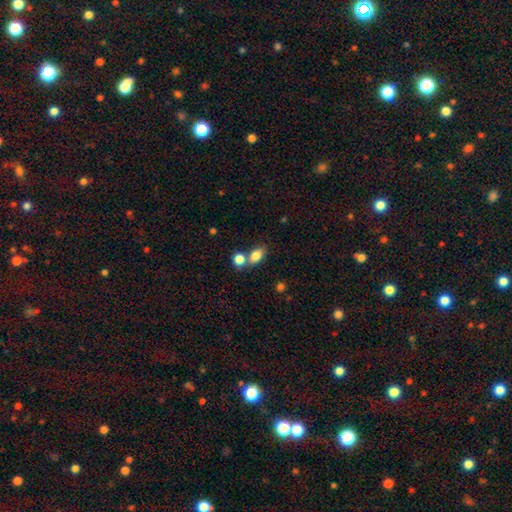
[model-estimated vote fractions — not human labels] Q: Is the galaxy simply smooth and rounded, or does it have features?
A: smooth — 81%.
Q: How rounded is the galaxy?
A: in between — 81%.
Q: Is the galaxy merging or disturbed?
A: none — 51%.